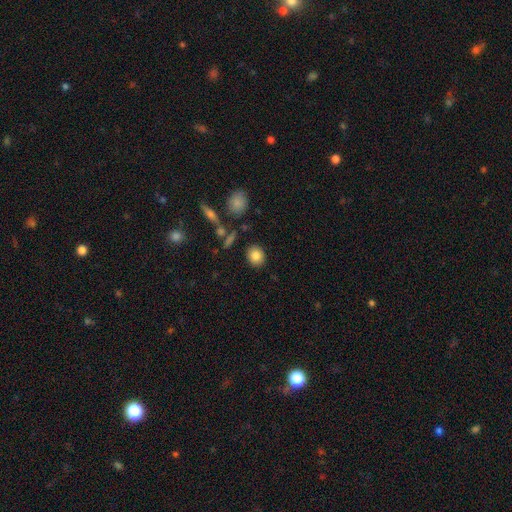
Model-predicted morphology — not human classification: A smooth galaxy with no disk features (83%) that is round (72%). Merging: none (86%).